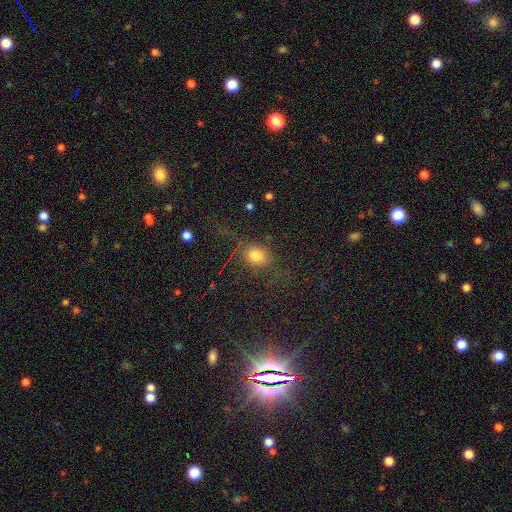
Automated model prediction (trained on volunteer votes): Smooth or featured? smooth (71%)
How rounded? in between (56%)
Merging? none (58%)